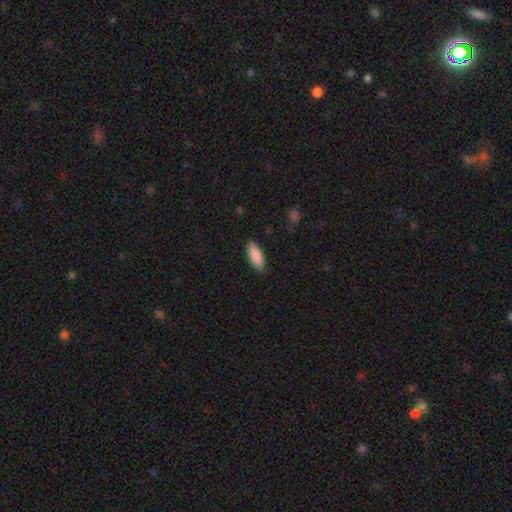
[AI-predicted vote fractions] Q: Smooth or featured?
A: smooth (89%); runner-up: star or artifact (6%)
Q: How rounded?
A: in between (72%); runner-up: cigar-shaped (26%)
Q: Merging?
A: none (88%); runner-up: minor disturbance (9%)